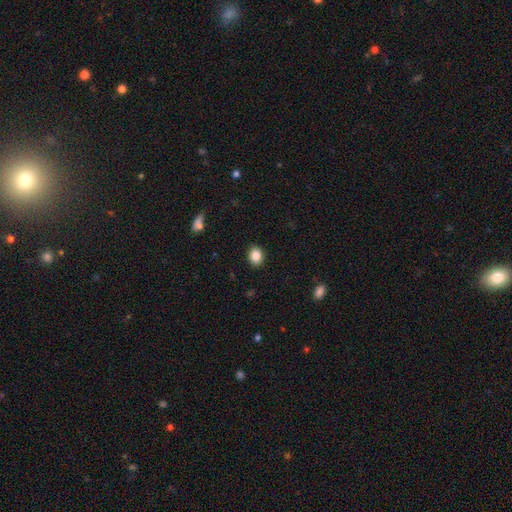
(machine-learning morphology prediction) Q: Smooth or featured?
A: smooth (86%); runner-up: star or artifact (9%)
Q: How rounded?
A: in between (56%); runner-up: round (43%)
Q: Merging?
A: none (90%); runner-up: minor disturbance (7%)